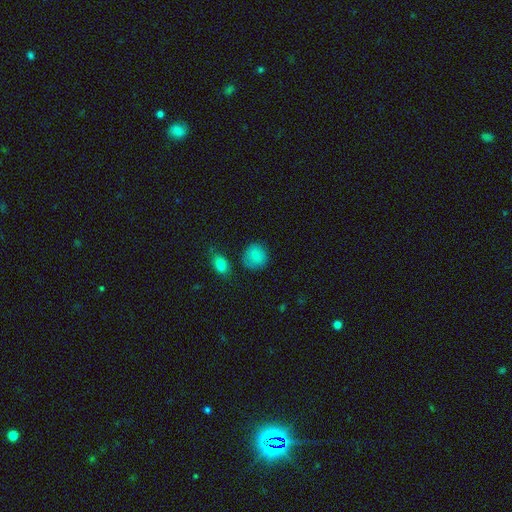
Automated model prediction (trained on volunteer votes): A smooth galaxy with no disk features (83%) that is round (83%).

Vote fractions:
- Smooth or featured? smooth: 83% / star or artifact: 9% / featured or disk: 8%
- How rounded? round: 83% / in between: 16% / cigar-shaped: 1%
- Merging? none: 76% / minor disturbance: 14% / merger: 6% / major disturbance: 4%